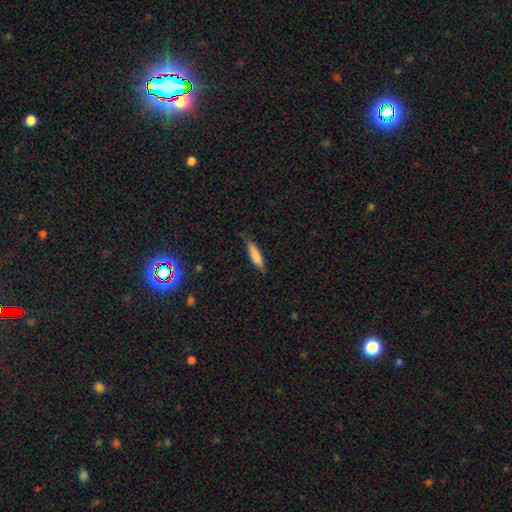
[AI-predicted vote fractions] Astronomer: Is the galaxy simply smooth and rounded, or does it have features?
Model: smooth — 81%.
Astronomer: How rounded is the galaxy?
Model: cigar-shaped — 75%.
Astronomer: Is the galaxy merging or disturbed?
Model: none — 75%.